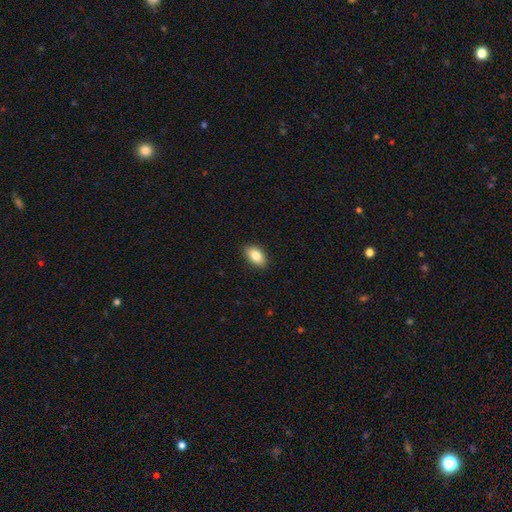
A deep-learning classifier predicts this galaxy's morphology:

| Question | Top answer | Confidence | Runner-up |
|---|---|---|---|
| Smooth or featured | smooth | 85% | featured or disk (8%) |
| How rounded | in between | 92% | round (5%) |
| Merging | none | 89% | minor disturbance (8%) |